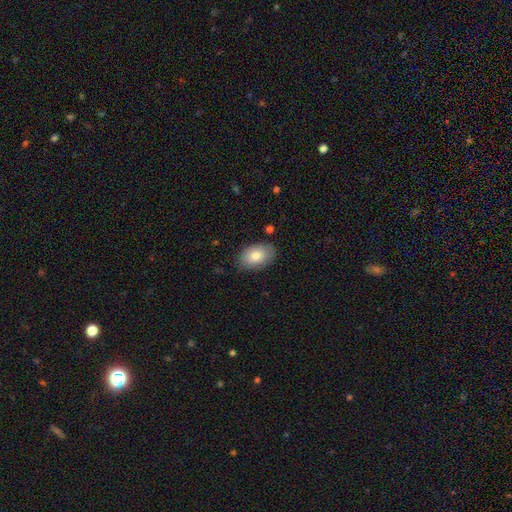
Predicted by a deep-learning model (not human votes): smooth-or-featured: smooth: 81% | featured or disk: 12% | star or artifact: 7%
  how-rounded: in between: 90% | round: 9% | cigar-shaped: 1%
  merging: none: 81% | minor disturbance: 15% | major disturbance: 3% | merger: 1%